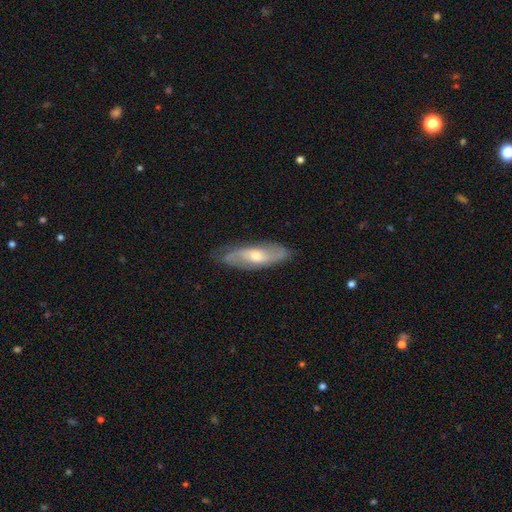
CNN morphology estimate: The model was most divided on "smooth or featured": featured or disk: 63%, smooth: 31%, star or artifact: 6%. More confident: merging — none (81%); edge-on disk — no (75%).